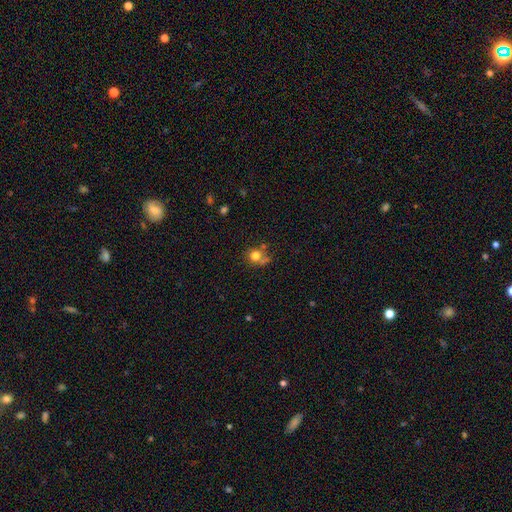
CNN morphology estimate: Overall: smooth (76%). How rounded: round (81%). Merging: none (52%; merger 20%).